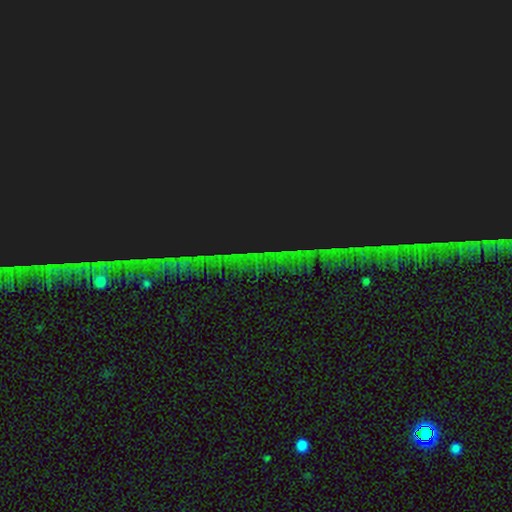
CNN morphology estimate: Smooth or featured?
  - star or artifact: 85% *
  - featured or disk: 8%
  - smooth: 7%